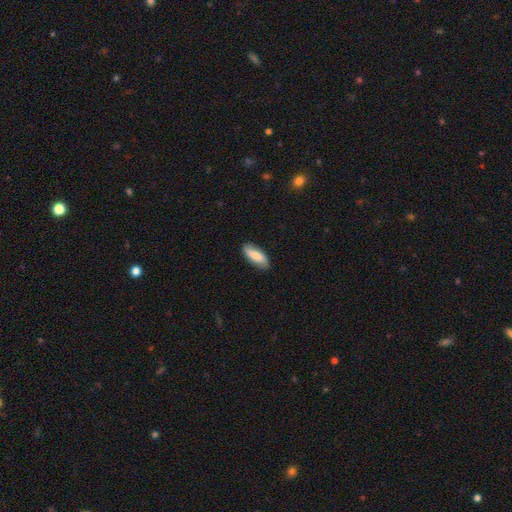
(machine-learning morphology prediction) Smooth or featured?
  - smooth: 75% *
  - featured or disk: 19%
  - star or artifact: 6%
How rounded?
  - in between: 76% *
  - cigar-shaped: 21%
  - round: 2%
Merging?
  - none: 84% *
  - minor disturbance: 13%
  - major disturbance: 2%
  - merger: 1%